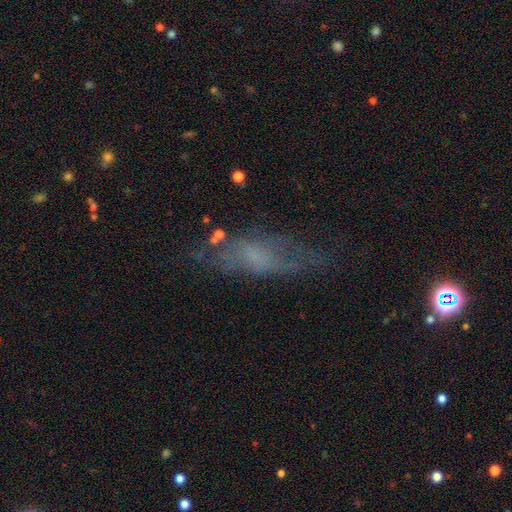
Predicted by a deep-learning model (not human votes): Smooth or featured: featured or disk — 44% (smooth — 40%)
Merging: none — 56% (minor disturbance — 24%)